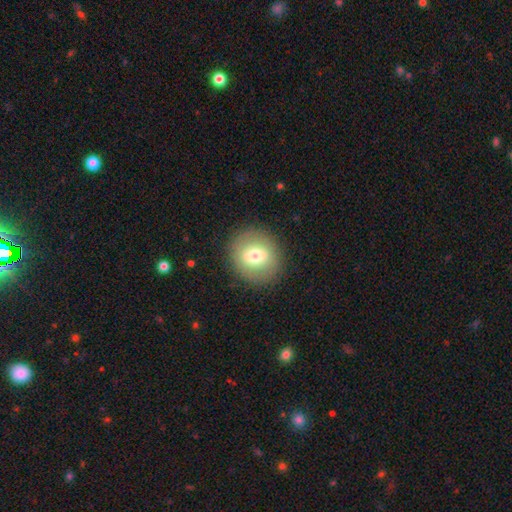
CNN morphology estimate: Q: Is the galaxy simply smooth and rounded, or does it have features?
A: smooth — 66%.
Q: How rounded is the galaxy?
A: round — 81%.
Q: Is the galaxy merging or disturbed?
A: none — 88%.